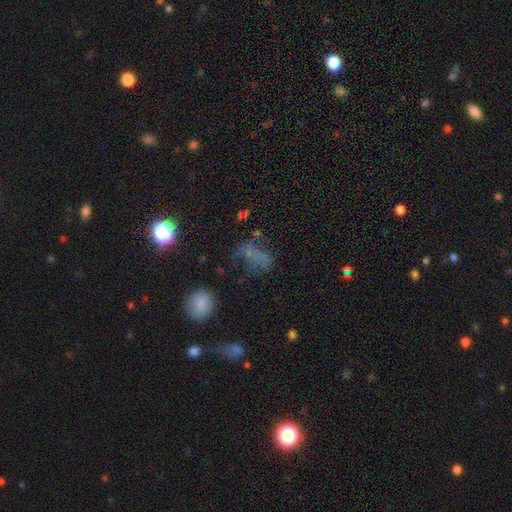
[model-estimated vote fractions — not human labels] This appears to be a smooth galaxy with no disk features (45%). Merging: none (43%).